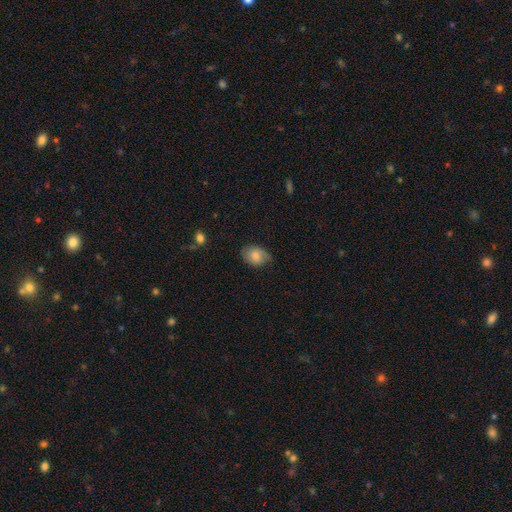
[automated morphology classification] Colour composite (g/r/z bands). It shows a smooth galaxy with no disk features (71%) that is in between round and cigar-shaped (73%). Merging: none (70%).